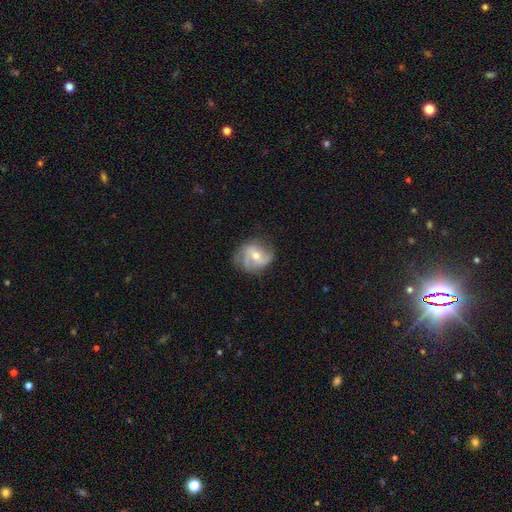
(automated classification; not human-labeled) Smooth or featured: featured or disk — 68% (smooth — 24%)
Edge-on disk: no — 97% (yes — 3%)
Bar: no — 50% (weak — 39%)
Spiral arms: yes — 89% (no — 11%)
Spiral winding: medium — 44% (loose — 32%)
Spiral arm count: 2 — 40% (3 — 27%)
Bulge size: moderate — 58% (small — 37%)
Merging: none — 63% (minor disturbance — 23%)